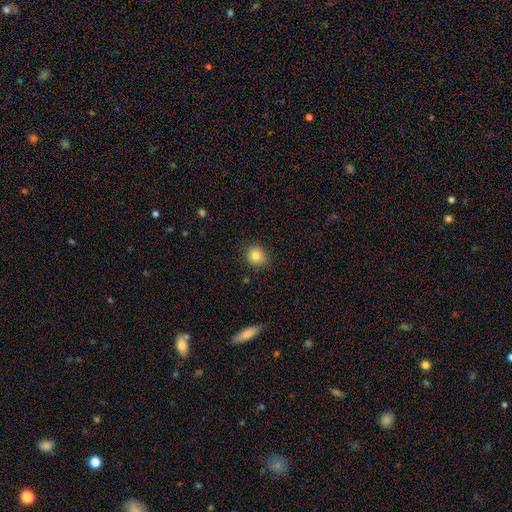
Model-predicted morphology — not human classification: A smooth galaxy with no disk features (83%) that is round (83%).

Vote fractions:
- Smooth or featured? smooth: 83% / star or artifact: 10% / featured or disk: 7%
- How rounded? round: 83% / in between: 16% / cigar-shaped: 1%
- Merging? none: 86% / minor disturbance: 10% / major disturbance: 2% / merger: 1%